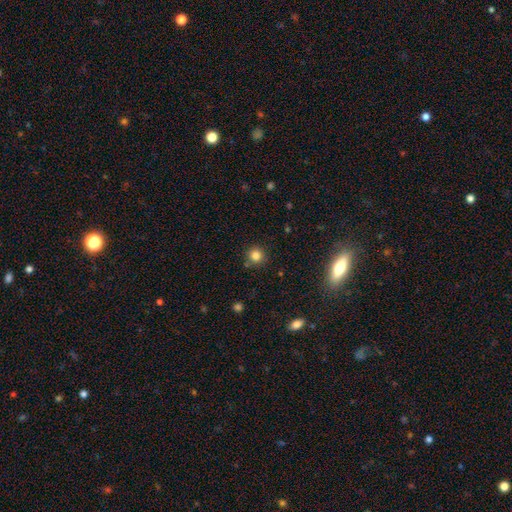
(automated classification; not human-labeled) This appears to be a smooth galaxy with no disk features (81%) that is round (94%). Merging: none (84%).